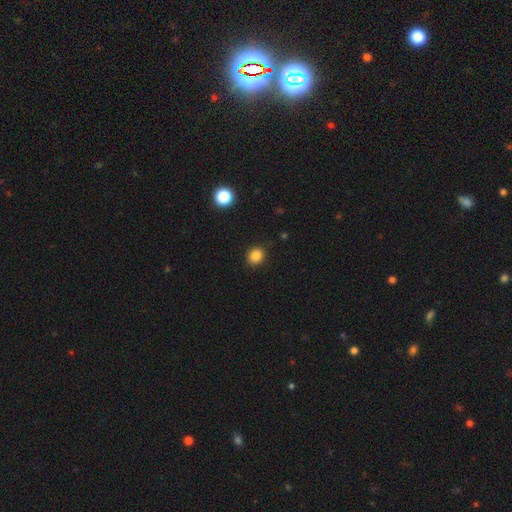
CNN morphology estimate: Smooth or featured? smooth (84%)
How rounded? round (73%)
Merging? none (90%)